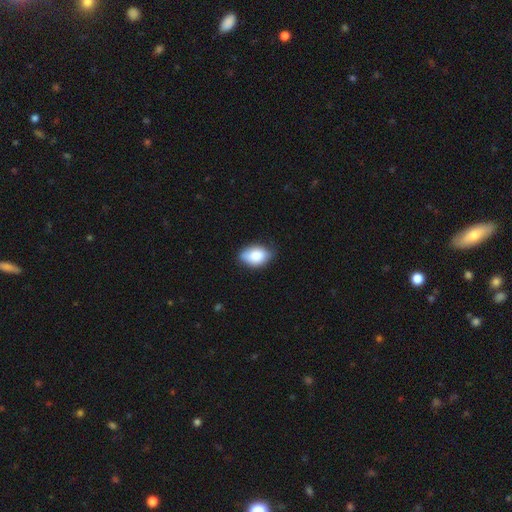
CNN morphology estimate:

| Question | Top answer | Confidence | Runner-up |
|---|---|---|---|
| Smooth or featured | smooth | 84% | featured or disk (9%) |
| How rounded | in between | 86% | round (13%) |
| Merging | none | 68% | minor disturbance (27%) |